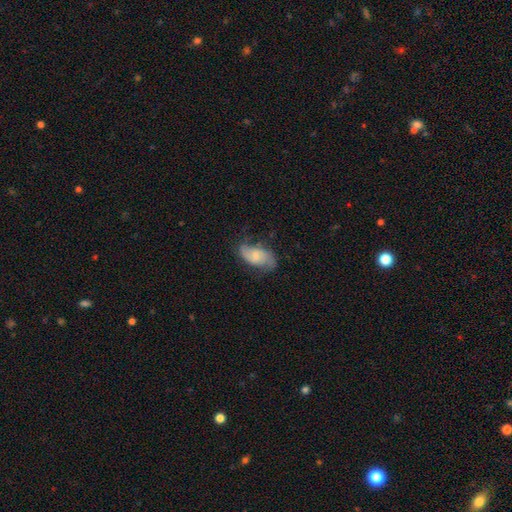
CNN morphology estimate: Smooth or featured? featured or disk (55%)
Edge-on disk? no (95%)
Bar? no (57%)
Spiral arms? yes (88%)
Bulge size? small (47%)
Merging? none (61%)